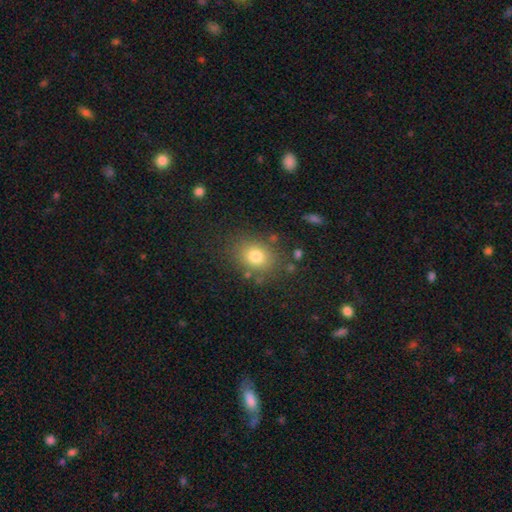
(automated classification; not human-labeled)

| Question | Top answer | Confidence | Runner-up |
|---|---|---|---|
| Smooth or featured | smooth | 78% | star or artifact (12%) |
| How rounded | in between | 51% | round (48%) |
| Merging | none | 81% | minor disturbance (11%) |